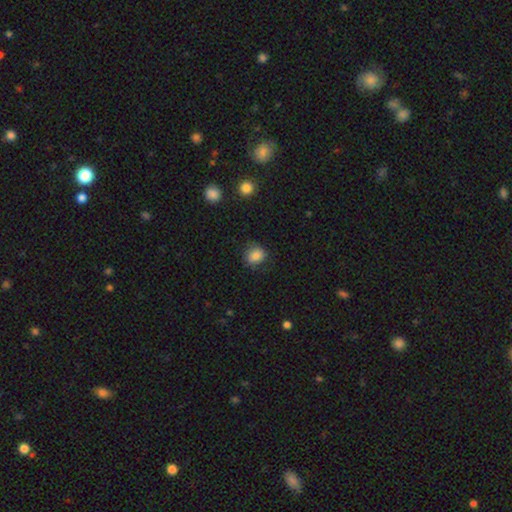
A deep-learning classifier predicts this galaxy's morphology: This is clearly a smooth galaxy (82%). How rounded: likely round (61%). Merging: likely none (73%).